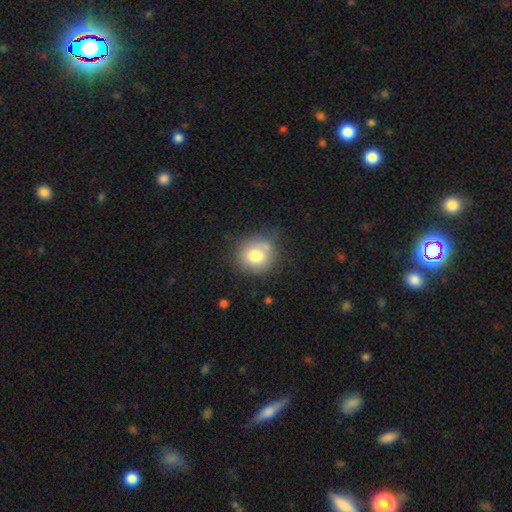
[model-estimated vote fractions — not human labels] smooth_or_featured: smooth (p=0.78) [alt: featured or disk p=0.12]
how_rounded: round (p=0.85) [alt: in between p=0.14]
merging: none (p=0.67) [alt: minor disturbance p=0.20]